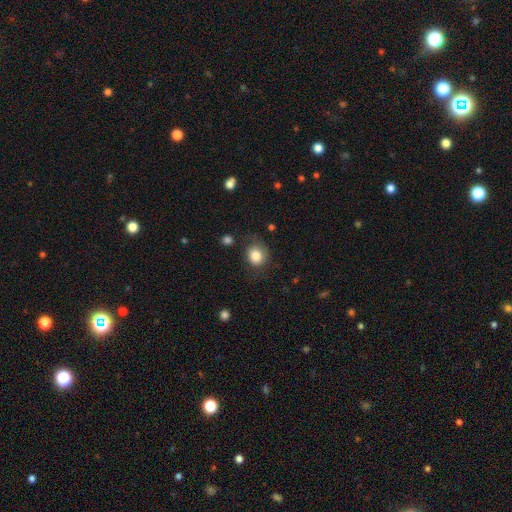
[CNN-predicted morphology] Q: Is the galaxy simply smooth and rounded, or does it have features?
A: smooth — 82%.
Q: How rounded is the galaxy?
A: round — 65%.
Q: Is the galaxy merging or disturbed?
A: none — 62%.